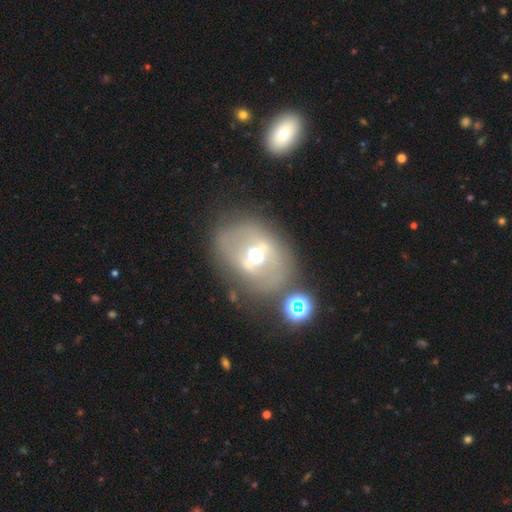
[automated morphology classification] smooth_or_featured: featured or disk (p=0.63) [alt: smooth p=0.26]
disk_edge_on: no (p=0.92) [alt: yes p=0.08]
bar: strong (p=0.42) [alt: weak p=0.37]
has_spiral_arms: no (p=0.73) [alt: yes p=0.27]
bulge_size: moderate (p=0.68) [alt: small p=0.22]
merging: none (p=0.65) [alt: minor disturbance p=0.16]